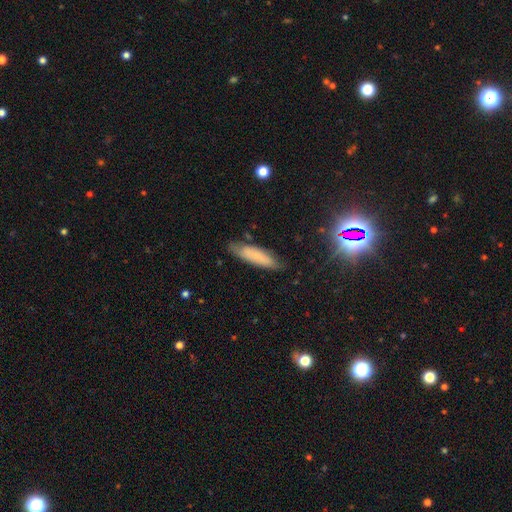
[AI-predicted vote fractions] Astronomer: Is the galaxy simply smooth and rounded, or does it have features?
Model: smooth — 69%.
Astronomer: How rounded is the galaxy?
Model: cigar-shaped — 67%.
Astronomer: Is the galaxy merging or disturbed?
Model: none — 75%.